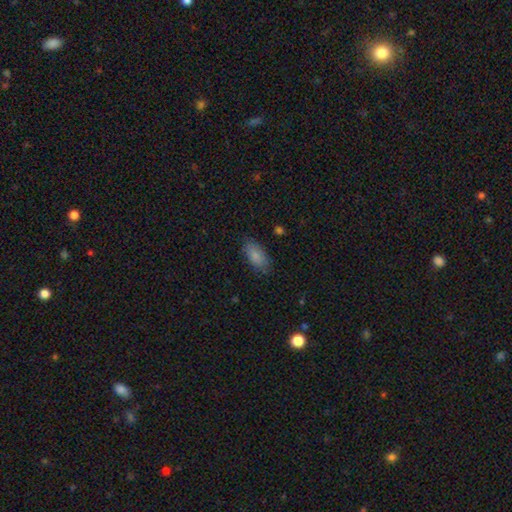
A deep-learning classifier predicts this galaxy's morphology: type=smooth (86%); roundness=in between (91%); merging=none (80%).